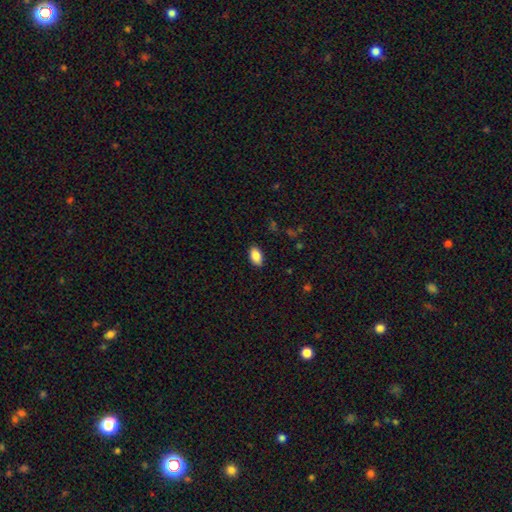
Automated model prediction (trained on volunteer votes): Morphology: type=smooth (87%); roundness=in between (93%); merging=none (87%).